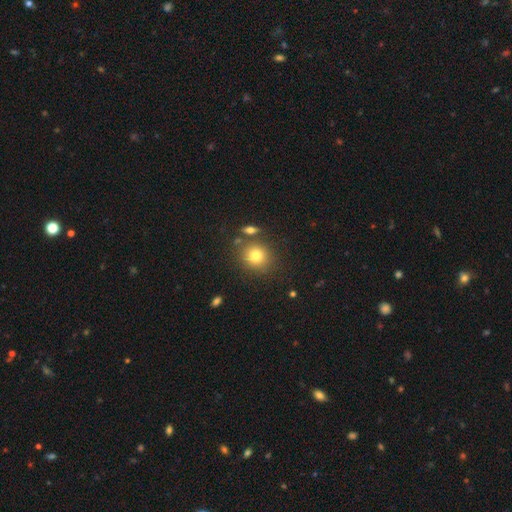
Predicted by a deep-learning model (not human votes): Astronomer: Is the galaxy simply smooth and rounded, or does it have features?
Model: smooth — 79%.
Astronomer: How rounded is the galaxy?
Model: round — 83%.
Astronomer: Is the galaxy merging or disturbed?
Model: none — 78%.